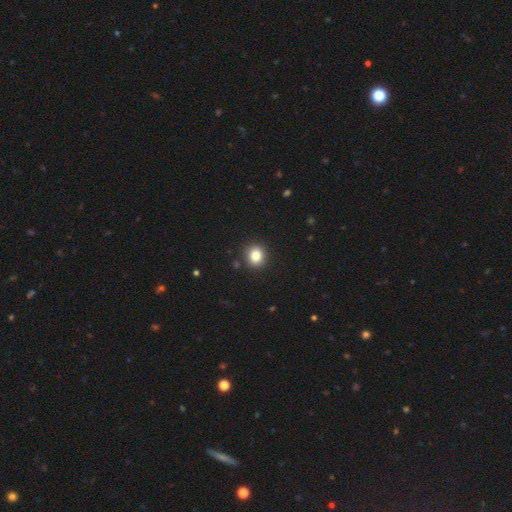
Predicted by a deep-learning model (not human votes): Smooth or featured: smooth — 83% (star or artifact — 11%)
How rounded: round — 77% (in between — 22%)
Merging: none — 91% (minor disturbance — 6%)